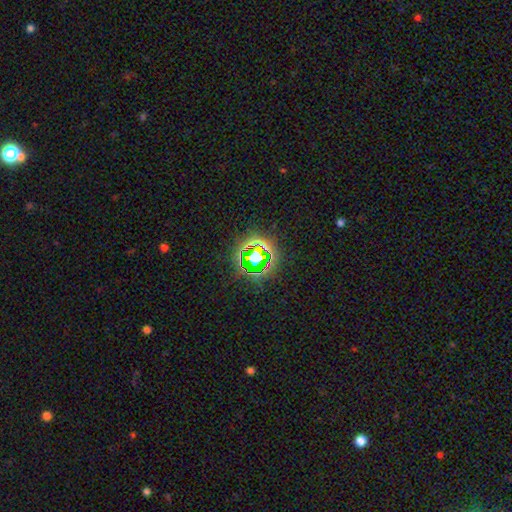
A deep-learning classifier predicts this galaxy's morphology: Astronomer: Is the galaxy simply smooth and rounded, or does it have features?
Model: star or artifact — 65%.